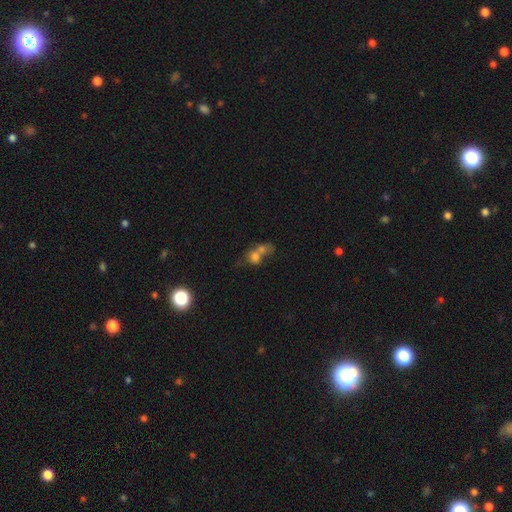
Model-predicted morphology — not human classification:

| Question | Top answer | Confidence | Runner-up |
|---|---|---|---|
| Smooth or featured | smooth | 60% | featured or disk (22%) |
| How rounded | round | 61% | in between (36%) |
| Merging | merger | 63% | none (23%) |